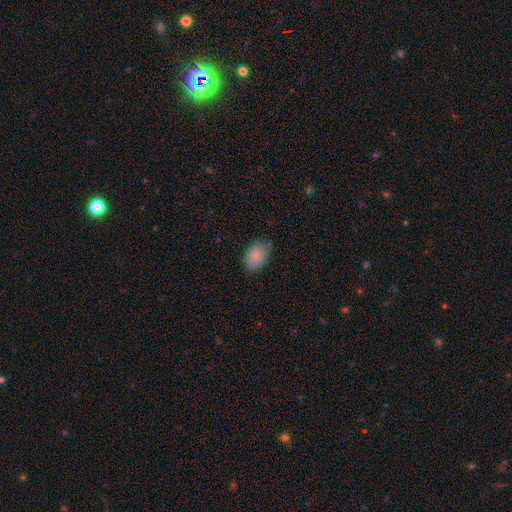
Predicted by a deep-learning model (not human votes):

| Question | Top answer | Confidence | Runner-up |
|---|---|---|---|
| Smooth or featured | smooth | 84% | featured or disk (9%) |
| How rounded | in between | 85% | round (14%) |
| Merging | none | 70% | minor disturbance (24%) |